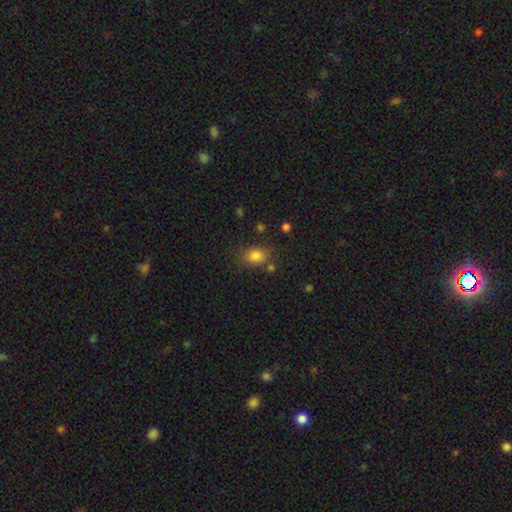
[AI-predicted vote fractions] Q: Smooth or featured?
A: smooth (82%); runner-up: star or artifact (12%)
Q: How rounded?
A: in between (55%); runner-up: round (44%)
Q: Merging?
A: none (72%); runner-up: minor disturbance (16%)